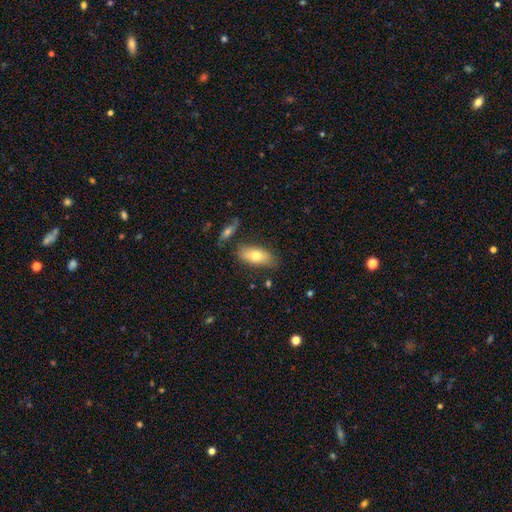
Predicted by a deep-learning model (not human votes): The model was most divided on "smooth or featured": smooth: 71%, featured or disk: 22%, star or artifact: 7%. More confident: how rounded — in between (83%); merging — none (74%).